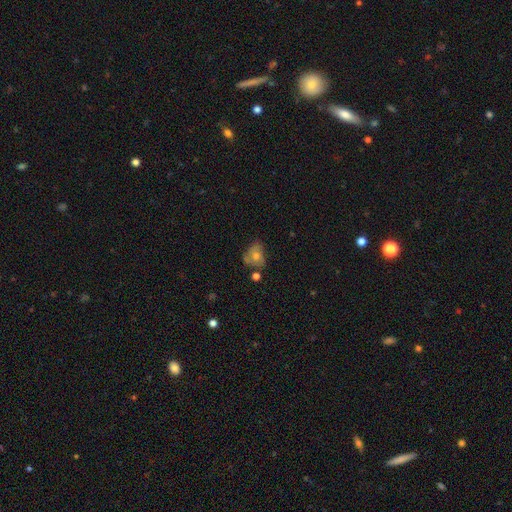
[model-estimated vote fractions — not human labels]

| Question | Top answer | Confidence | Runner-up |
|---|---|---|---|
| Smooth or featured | smooth | 49% | featured or disk (38%) |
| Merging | none | 46% | minor disturbance (30%) |